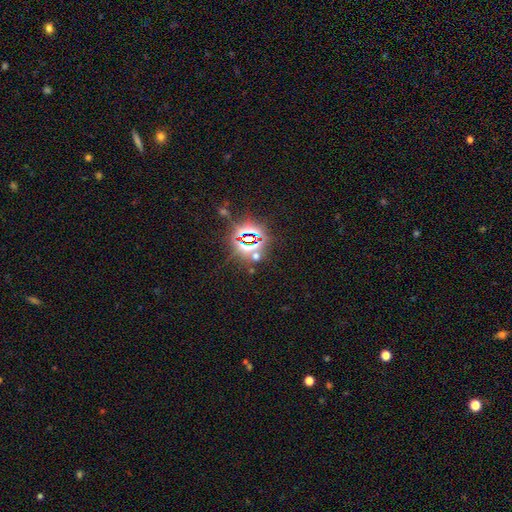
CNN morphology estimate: A star or artifact, not a galaxy (76%).

Vote fractions:
- Smooth or featured? star or artifact: 76% / smooth: 17% / featured or disk: 7%